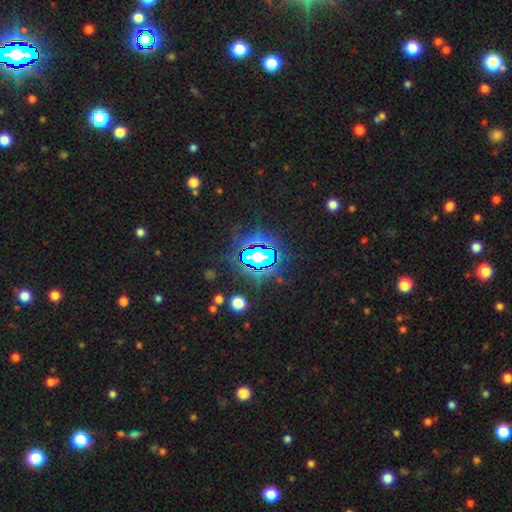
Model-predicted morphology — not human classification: star or artifact 78%, smooth 13%, featured or disk 9%.